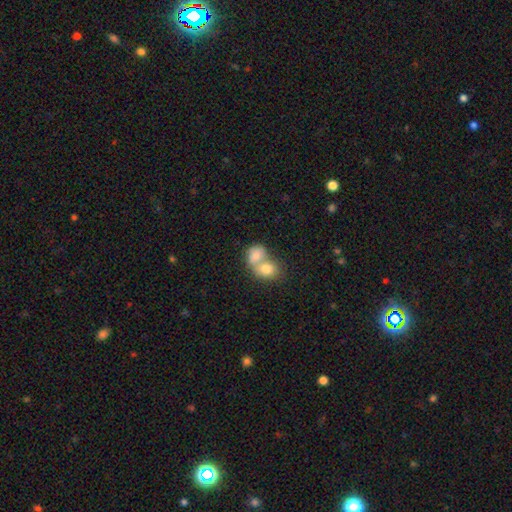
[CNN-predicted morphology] A smooth galaxy with no disk features (77%) that is in between round and cigar-shaped (54%).

Vote fractions:
- Smooth or featured? smooth: 77% / featured or disk: 16% / star or artifact: 8%
- How rounded? in between: 54% / round: 45% / cigar-shaped: 1%
- Merging? merger: 76% / none: 16% / minor disturbance: 5% / major disturbance: 3%